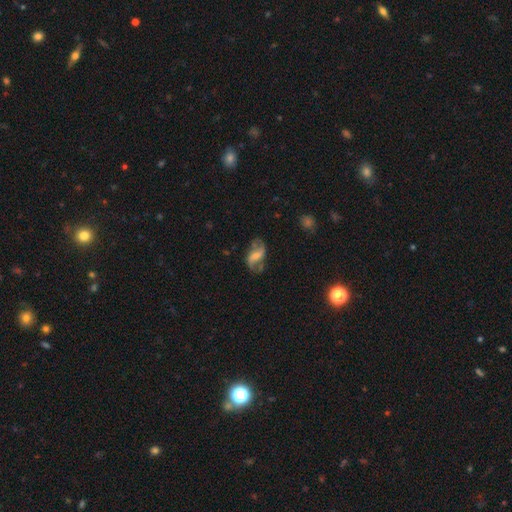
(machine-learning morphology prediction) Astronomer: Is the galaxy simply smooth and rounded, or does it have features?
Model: featured or disk — 74%.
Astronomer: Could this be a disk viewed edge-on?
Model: no — 96%.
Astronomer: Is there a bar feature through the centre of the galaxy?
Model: weak — 43% (runner-up: strong, 36%).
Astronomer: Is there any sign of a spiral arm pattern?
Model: yes — 89%.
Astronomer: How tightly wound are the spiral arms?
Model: loose — 68%.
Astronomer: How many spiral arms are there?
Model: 2 — 90%.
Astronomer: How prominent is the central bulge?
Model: small — 39% (runner-up: moderate, 29%).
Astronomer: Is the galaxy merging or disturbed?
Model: none — 64%.